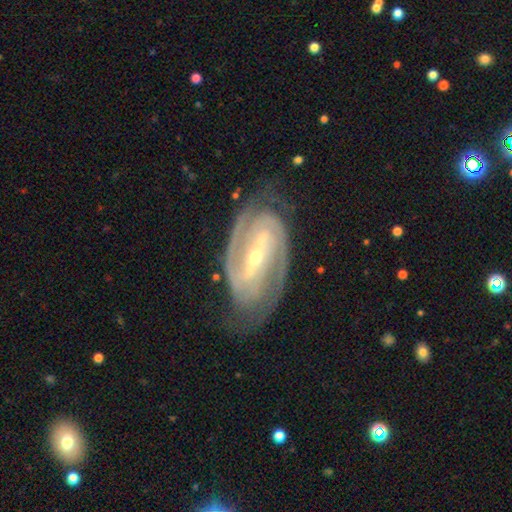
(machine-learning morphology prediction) Overall: featured or disk (92%). Edge-on disk: no (96%). Bar: strong (67%). Spiral arms: yes (98%). Spiral arm count: 2 (80%). Spiral winding: tight (56%; medium 37%). Bulge size: small (60%; moderate 37%). Merging: none (73%).